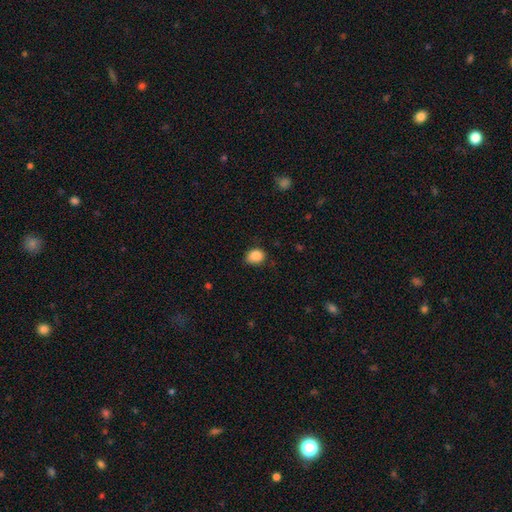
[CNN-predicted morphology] Q: Smooth or featured?
A: smooth (86%); runner-up: star or artifact (9%)
Q: How rounded?
A: round (51%); runner-up: in between (48%)
Q: Merging?
A: none (68%); runner-up: minor disturbance (26%)